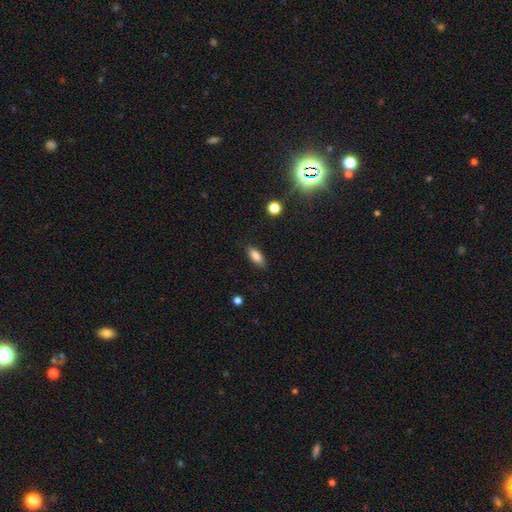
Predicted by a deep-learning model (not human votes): This appears to be a smooth galaxy with no disk features (84%) that is in between round and cigar-shaped (79%). Merging: none (83%).